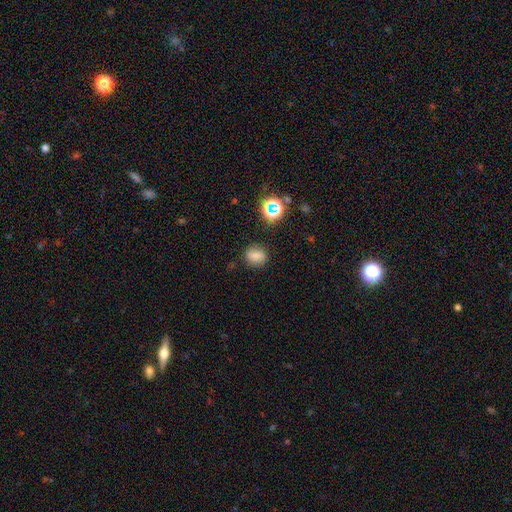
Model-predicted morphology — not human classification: type=smooth (71%); roundness=round (68%); merging=none (83%).